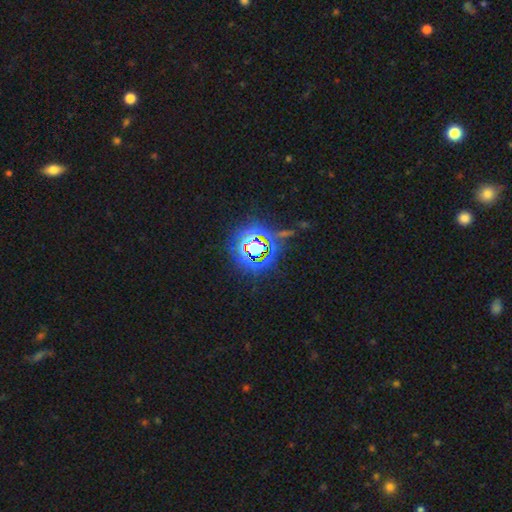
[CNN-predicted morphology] This is clearly a star or artifact rather than a galaxy (82%).